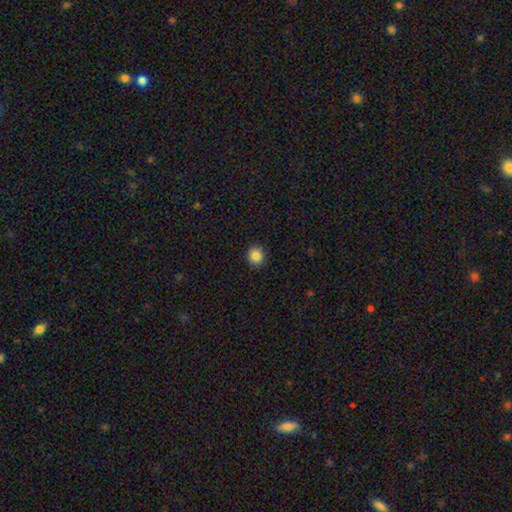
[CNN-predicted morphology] A smooth galaxy with no disk features (85%) that is round (85%).

Vote fractions:
- Smooth or featured? smooth: 85% / star or artifact: 10% / featured or disk: 5%
- How rounded? round: 85% / in between: 14% / cigar-shaped: 1%
- Merging? none: 91% / minor disturbance: 6% / major disturbance: 2% / merger: 1%